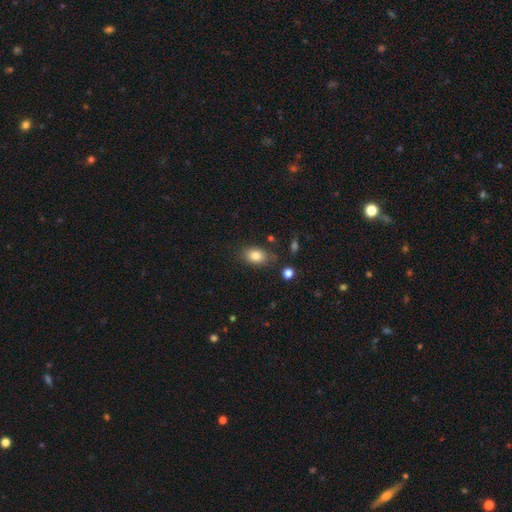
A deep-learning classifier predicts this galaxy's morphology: Smooth or featured? smooth (82%)
How rounded? in between (77%)
Merging? none (77%)